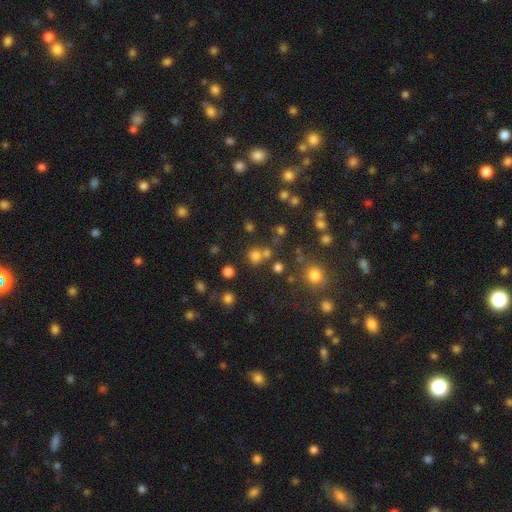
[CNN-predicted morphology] Smooth or featured?
  - smooth: 71% *
  - star or artifact: 22%
  - featured or disk: 7%
How rounded?
  - round: 89% *
  - in between: 10%
  - cigar-shaped: 1%
Merging?
  - none: 69% *
  - merger: 18%
  - minor disturbance: 9%
  - major disturbance: 4%